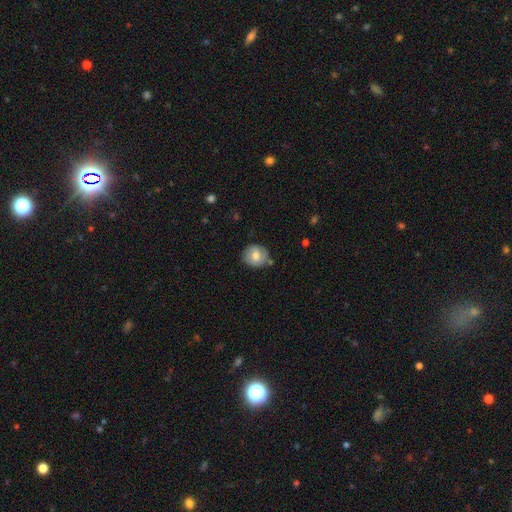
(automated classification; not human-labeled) This is likely a smooth galaxy (72%). How rounded: clearly round (83%). Merging: likely none (73%).